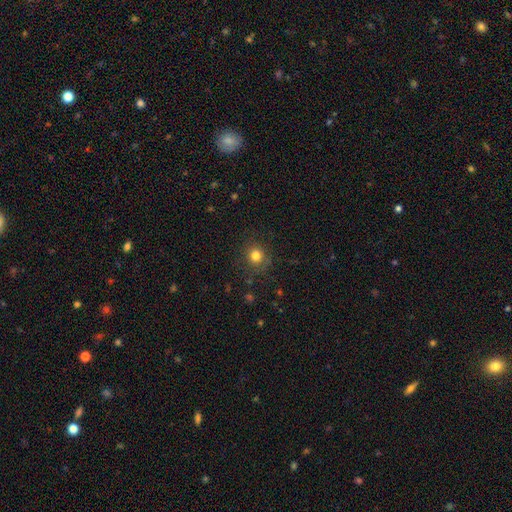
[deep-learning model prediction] This is likely a smooth galaxy (80%). How rounded: clearly round (90%). Merging: clearly none (84%).